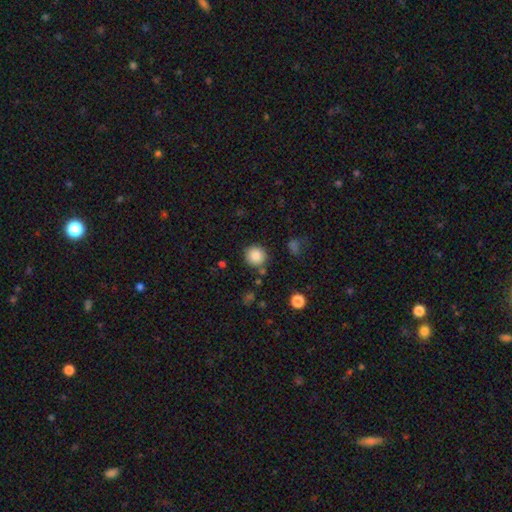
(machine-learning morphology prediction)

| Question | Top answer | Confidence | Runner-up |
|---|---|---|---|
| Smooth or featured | smooth | 85% | star or artifact (10%) |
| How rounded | round | 92% | in between (7%) |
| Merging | none | 83% | minor disturbance (9%) |